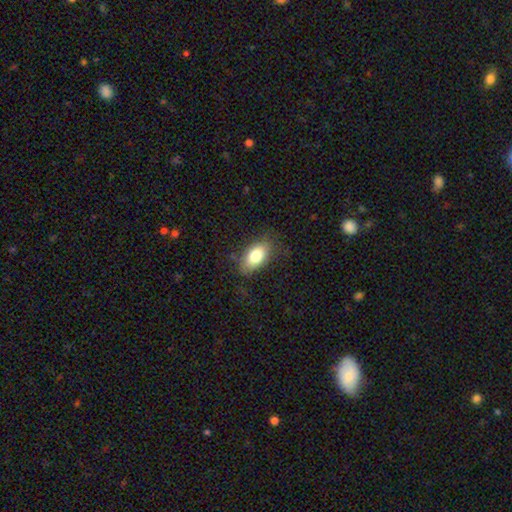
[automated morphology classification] Smooth or featured? Predicted: smooth (p=0.79). How rounded? Predicted: in between (p=0.90). Merging? Predicted: none (p=0.76).